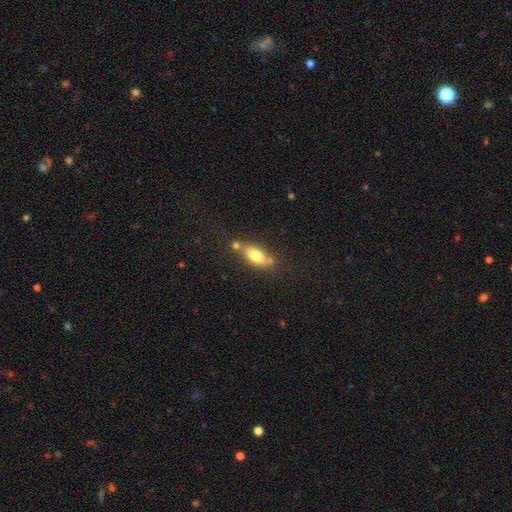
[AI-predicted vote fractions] This appears to be a smooth galaxy with no disk features (72%) that is in between round and cigar-shaped (80%). Merging: none (64%).